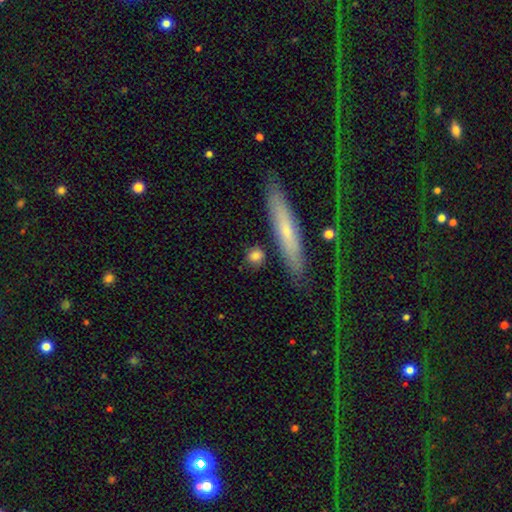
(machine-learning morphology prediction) Smooth or featured? Predicted: smooth (p=0.77). How rounded? Predicted: round (p=0.57). Merging? Predicted: none (p=0.80).